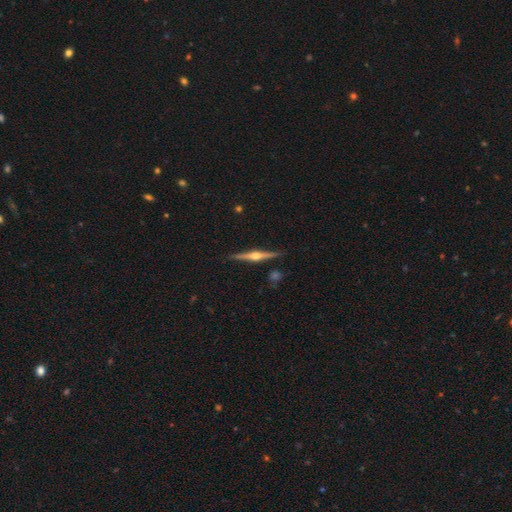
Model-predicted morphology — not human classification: This is clearly a featured or disk galaxy (81%). It is clearly viewed edge-on (98%). Edge-on bulge: clearly rounded (95%). Merging: clearly none (89%).